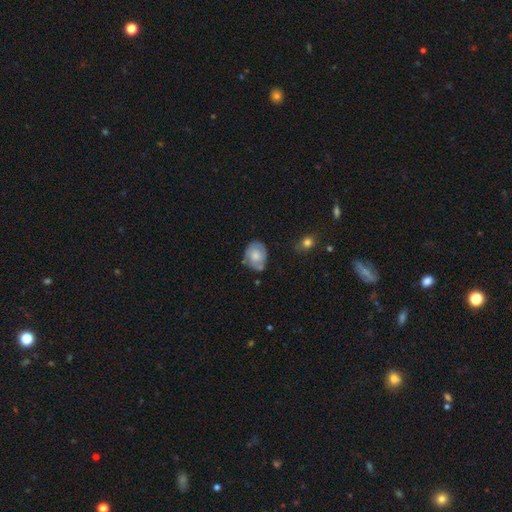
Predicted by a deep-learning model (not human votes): smooth 55%, featured or disk 37%, star or artifact 7%. Down the decision tree: how rounded — in between (50%); merging — none (65%).